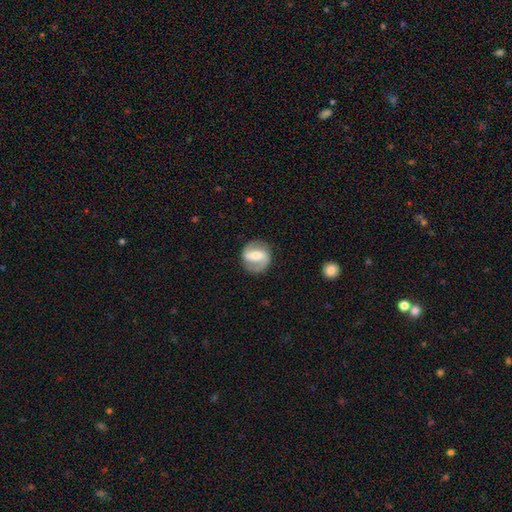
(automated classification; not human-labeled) This appears to be a featured or disk galaxy (81%) with a strong bar (49%), 2 (91%) medium (49%) spiral arms (92%) and a moderate central bulge (54%). Merging: none (85%).